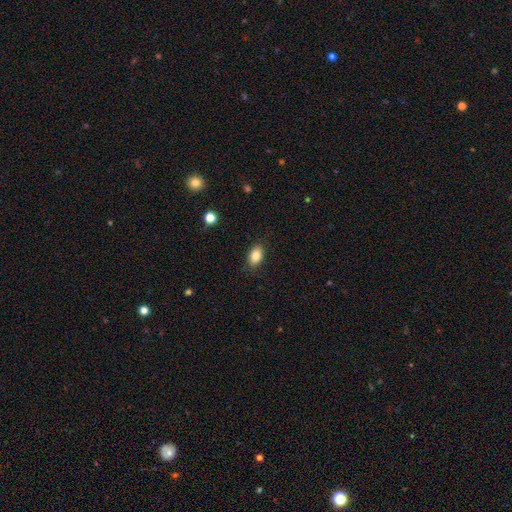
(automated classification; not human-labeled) Smooth or featured?
  - smooth: 84% *
  - star or artifact: 9%
  - featured or disk: 8%
How rounded?
  - in between: 88% *
  - round: 10%
  - cigar-shaped: 2%
Merging?
  - none: 87% *
  - minor disturbance: 10%
  - major disturbance: 2%
  - merger: 1%